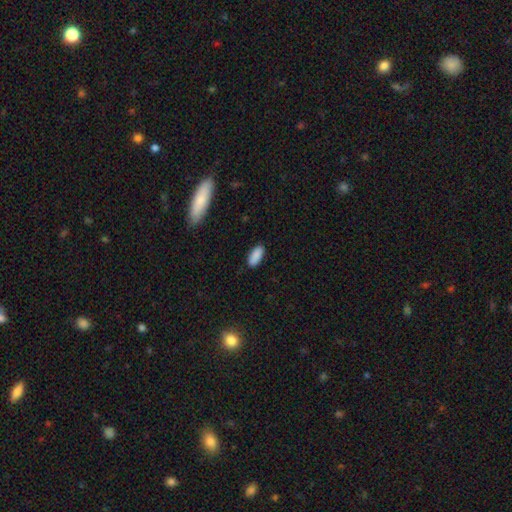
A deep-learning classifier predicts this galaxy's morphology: This is clearly a smooth galaxy (89%). How rounded: clearly in between (85%). Merging: clearly none (86%).